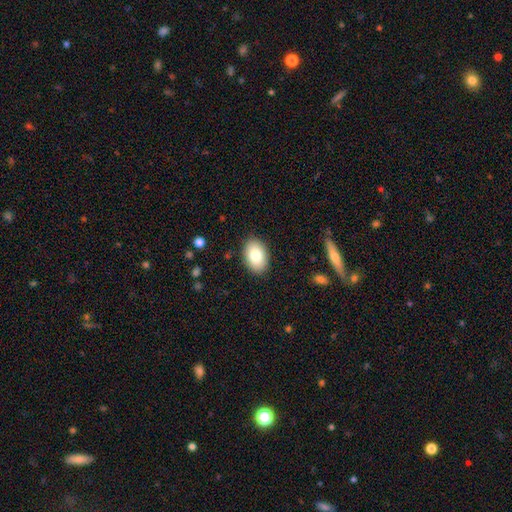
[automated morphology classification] Smooth or featured? smooth (82%)
How rounded? in between (89%)
Merging? none (88%)